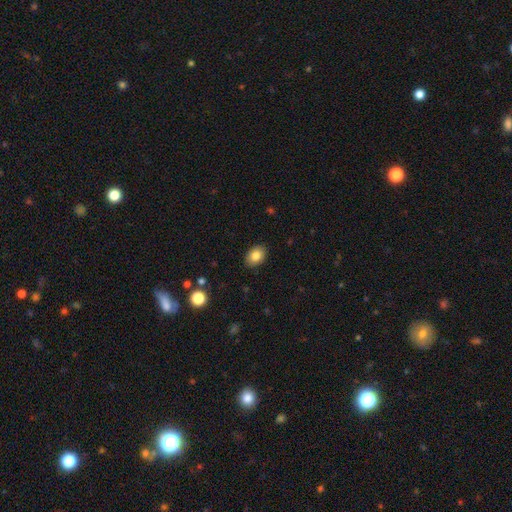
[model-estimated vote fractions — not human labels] Morphology: type=smooth (83%); roundness=in between (76%); merging=none (88%).